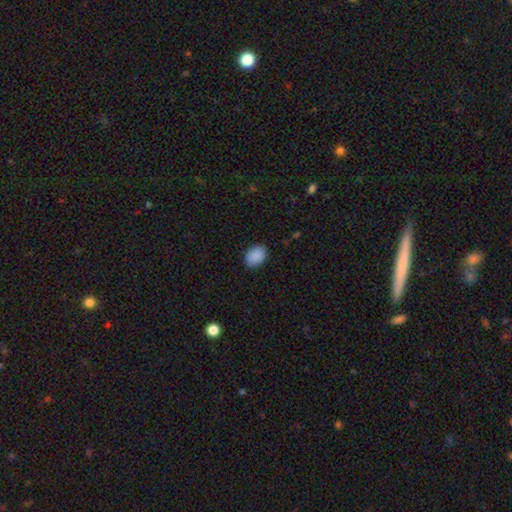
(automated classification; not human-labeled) This is clearly a smooth galaxy (90%). How rounded: likely in between (77%). Merging: clearly none (86%).